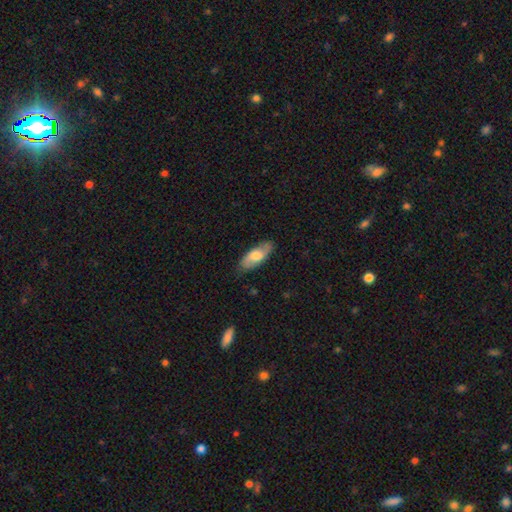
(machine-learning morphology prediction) Q: Smooth or featured?
A: smooth (60%); runner-up: featured or disk (34%)
Q: How rounded?
A: in between (77%); runner-up: cigar-shaped (20%)
Q: Merging?
A: none (81%); runner-up: minor disturbance (15%)